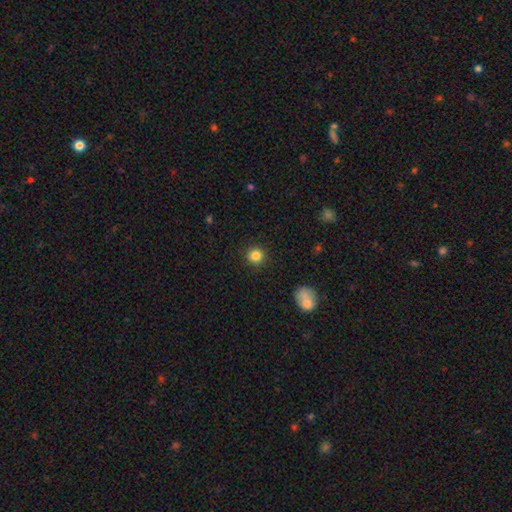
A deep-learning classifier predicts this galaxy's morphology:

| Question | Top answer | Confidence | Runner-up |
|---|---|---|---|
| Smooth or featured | smooth | 84% | star or artifact (11%) |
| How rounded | round | 93% | in between (6%) |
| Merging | none | 91% | minor disturbance (6%) |